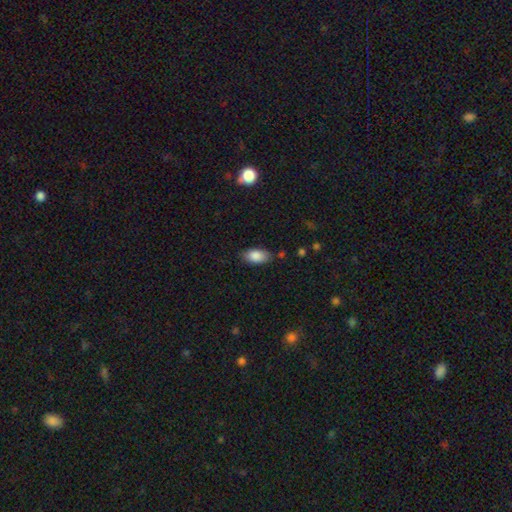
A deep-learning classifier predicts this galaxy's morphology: A smooth galaxy with no disk features (86%) that is in between round and cigar-shaped (92%). Merging: none (80%).